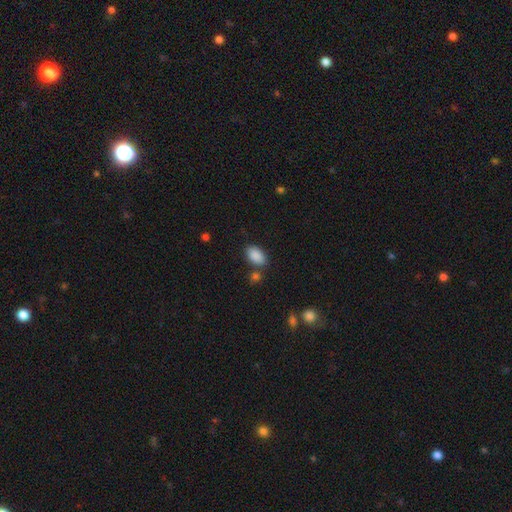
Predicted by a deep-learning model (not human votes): Smooth or featured?
  - smooth: 89% *
  - star or artifact: 8%
  - featured or disk: 4%
How rounded?
  - in between: 92% *
  - round: 7%
  - cigar-shaped: 1%
Merging?
  - none: 74% *
  - minor disturbance: 13%
  - merger: 9%
  - major disturbance: 4%